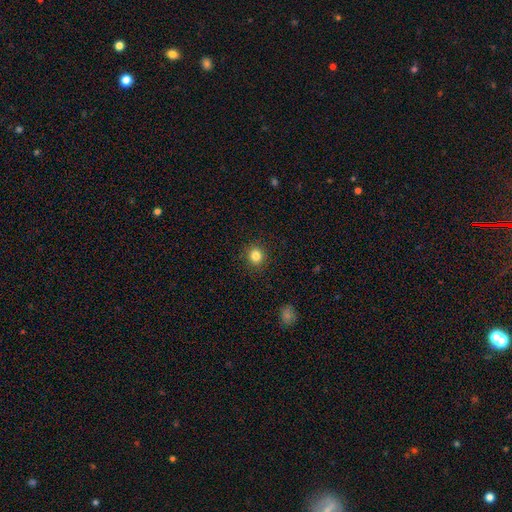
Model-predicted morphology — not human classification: This appears to be a smooth galaxy with no disk features (83%) that is round (90%). Merging: none (91%).